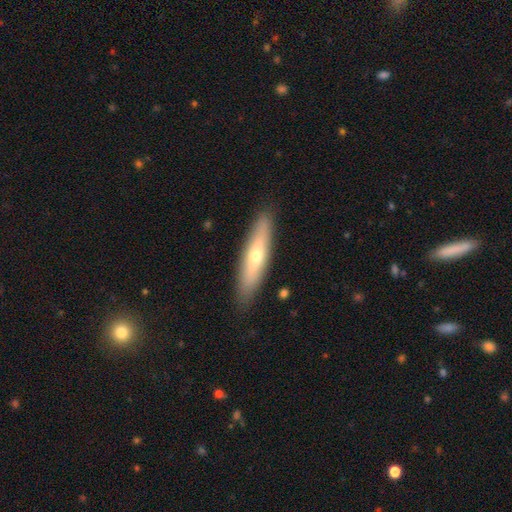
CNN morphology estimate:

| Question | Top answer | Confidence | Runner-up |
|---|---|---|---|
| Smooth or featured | smooth | 47% | featured or disk (46%) |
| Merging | none | 88% | minor disturbance (8%) |